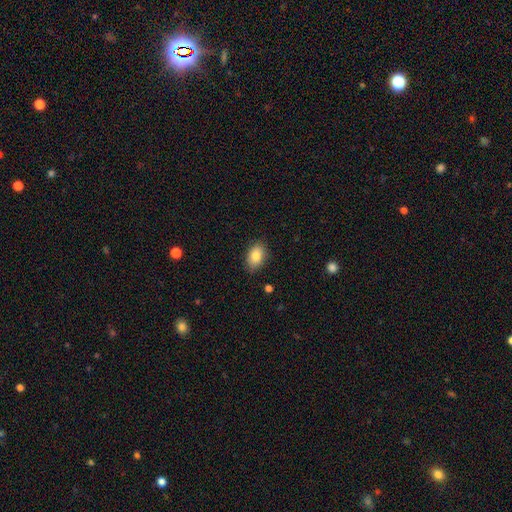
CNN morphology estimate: Q: Smooth or featured?
A: smooth (84%); runner-up: featured or disk (8%)
Q: How rounded?
A: in between (87%); runner-up: round (12%)
Q: Merging?
A: none (85%); runner-up: minor disturbance (12%)